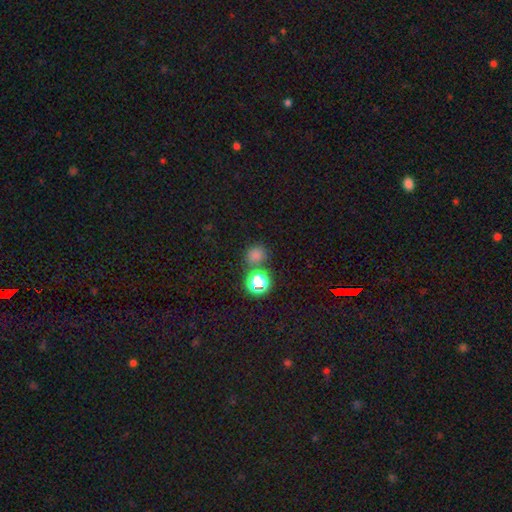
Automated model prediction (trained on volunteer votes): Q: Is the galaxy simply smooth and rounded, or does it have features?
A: smooth — 67%.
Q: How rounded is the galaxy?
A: round — 77%.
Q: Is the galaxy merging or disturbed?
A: none — 67%.